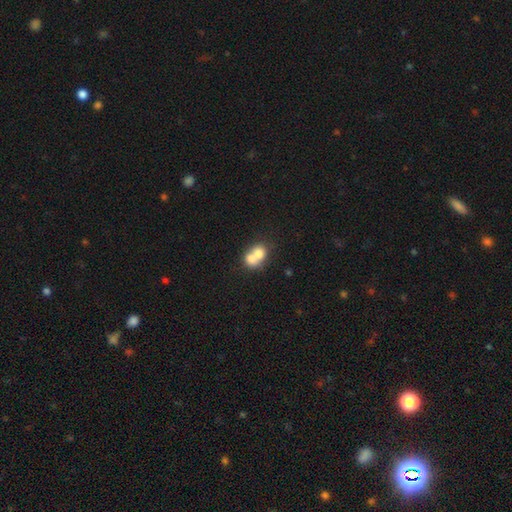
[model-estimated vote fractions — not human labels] A smooth galaxy with no disk features (71%) that is round (61%).

Vote fractions:
- Smooth or featured? smooth: 71% / featured or disk: 20% / star or artifact: 9%
- How rounded? round: 61% / in between: 38% / cigar-shaped: 1%
- Merging? merger: 71% / none: 21% / minor disturbance: 5% / major disturbance: 3%